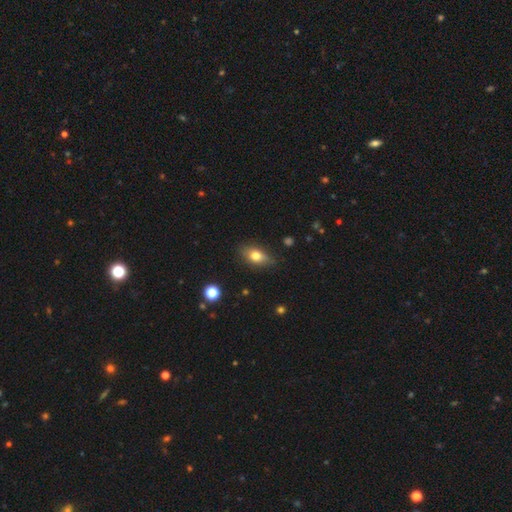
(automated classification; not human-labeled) This appears to be a smooth galaxy with no disk features (75%) that is in between round and cigar-shaped (81%). Merging: none (81%).